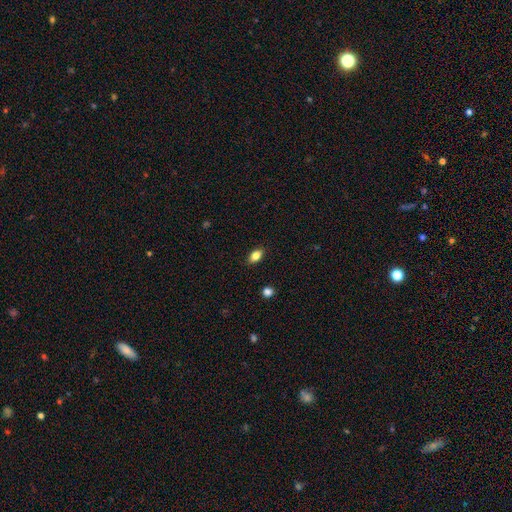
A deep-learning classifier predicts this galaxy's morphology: The model was most divided on "smooth or featured": smooth: 82%, star or artifact: 9%, featured or disk: 9%. More confident: merging — none (88%); how rounded — in between (86%).